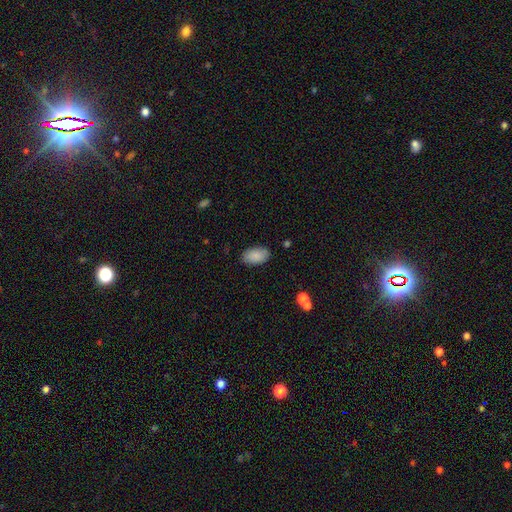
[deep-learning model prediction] Q: Smooth or featured?
A: smooth (88%); runner-up: star or artifact (7%)
Q: How rounded?
A: in between (94%); runner-up: round (4%)
Q: Merging?
A: none (87%); runner-up: minor disturbance (10%)